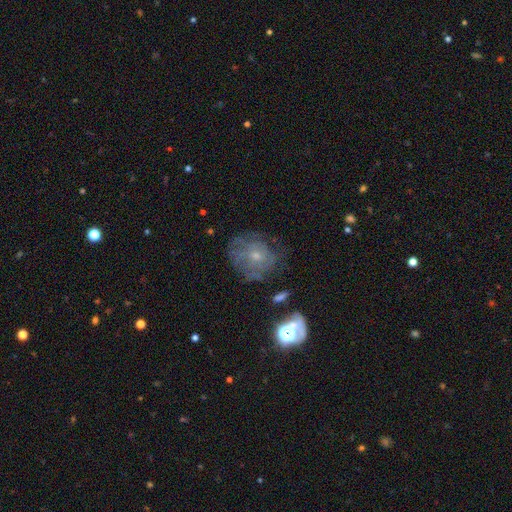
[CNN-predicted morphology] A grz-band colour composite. It shows a featured or disk galaxy (52%) with no bar (82%), spiral arms (56%) and a small central bulge (60%). Merging: none (60%).